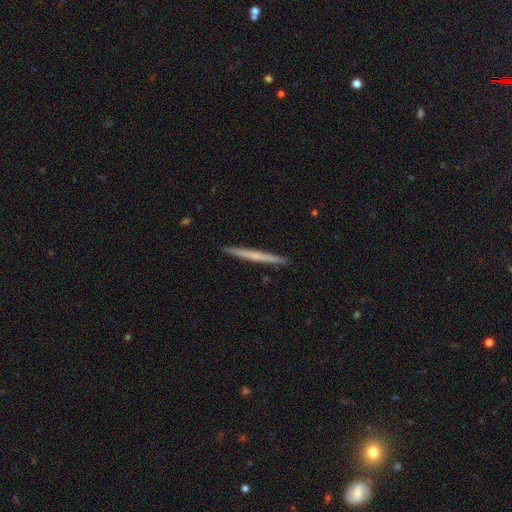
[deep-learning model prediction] Overall: smooth (50%; featured or disk 45%). Merging: none (93%).